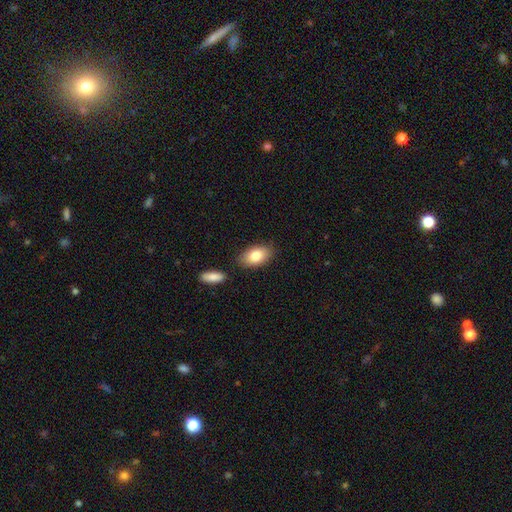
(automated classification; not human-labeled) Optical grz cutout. It shows a smooth galaxy with no disk features (82%) that is in between round and cigar-shaped (92%). Merging: none (80%).